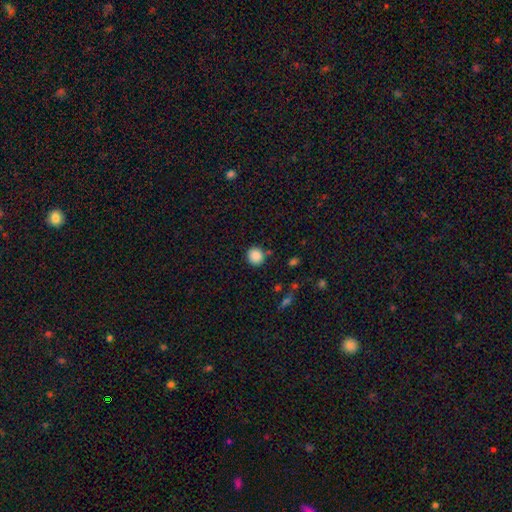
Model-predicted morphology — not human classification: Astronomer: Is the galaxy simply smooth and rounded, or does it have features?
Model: smooth — 87%.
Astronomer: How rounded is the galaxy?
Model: round — 90%.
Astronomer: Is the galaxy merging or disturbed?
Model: none — 84%.